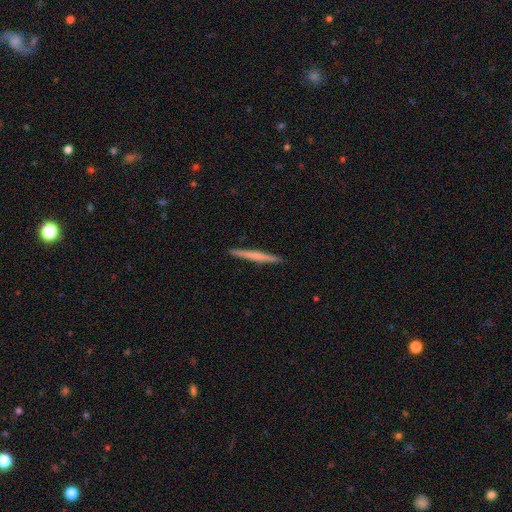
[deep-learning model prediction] Smooth or featured? Predicted: smooth (p=0.54). How rounded? Predicted: cigar-shaped (p=0.97). Merging? Predicted: none (p=0.92).